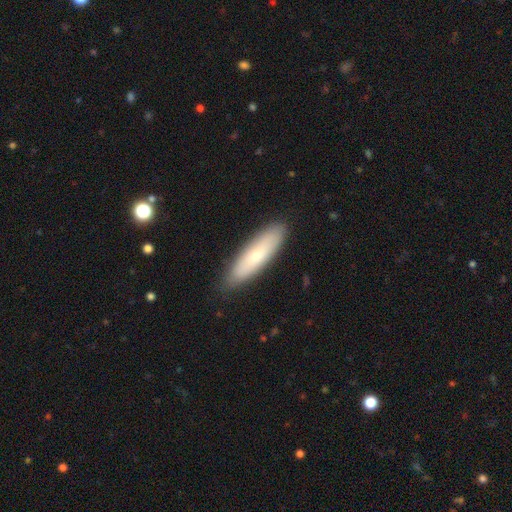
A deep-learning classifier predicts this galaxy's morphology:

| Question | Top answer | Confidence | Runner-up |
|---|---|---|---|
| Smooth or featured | smooth | 68% | featured or disk (26%) |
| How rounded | cigar-shaped | 61% | in between (37%) |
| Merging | none | 86% | minor disturbance (10%) |